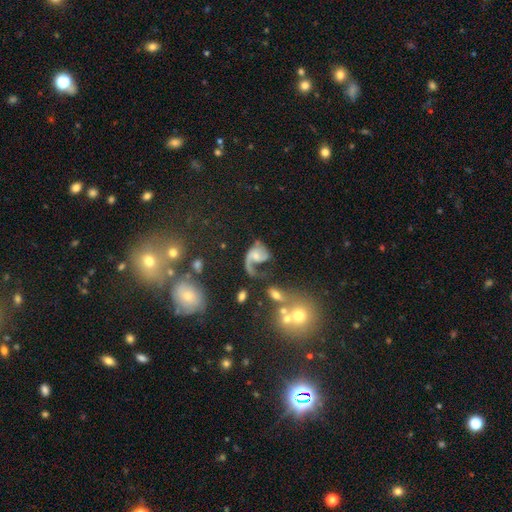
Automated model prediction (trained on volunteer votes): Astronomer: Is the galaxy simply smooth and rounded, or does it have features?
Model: featured or disk — 74%.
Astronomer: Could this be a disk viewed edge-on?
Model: no — 97%.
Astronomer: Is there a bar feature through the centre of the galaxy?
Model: no — 63%.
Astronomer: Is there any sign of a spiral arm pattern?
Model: yes — 89%.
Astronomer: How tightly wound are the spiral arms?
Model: loose — 58%.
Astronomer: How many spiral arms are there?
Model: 1 — 54% (runner-up: 2, 39%).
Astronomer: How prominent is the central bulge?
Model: small — 44% (runner-up: moderate, 38%).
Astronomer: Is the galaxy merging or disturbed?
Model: major disturbance — 41% (runner-up: none, 30%).